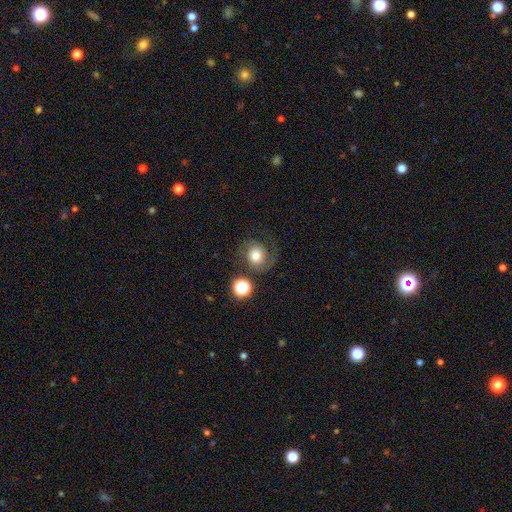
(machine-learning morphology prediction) A smooth galaxy with no disk features (48%). Merging: none (57%).